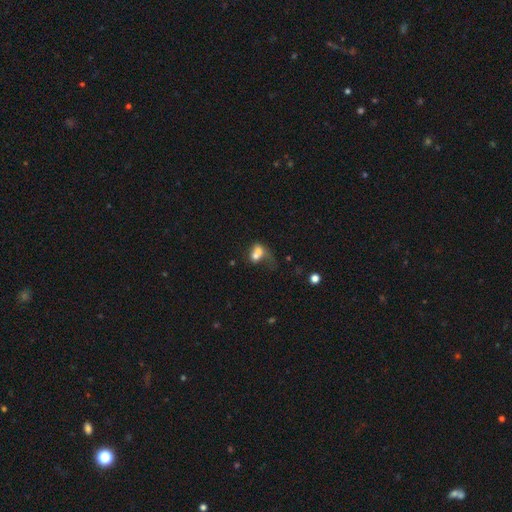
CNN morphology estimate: smooth_or_featured: smooth (p=0.64) [alt: featured or disk p=0.23]
how_rounded: in between (p=0.64) [alt: round p=0.33]
merging: merger (p=0.60) [alt: major disturbance p=0.18]